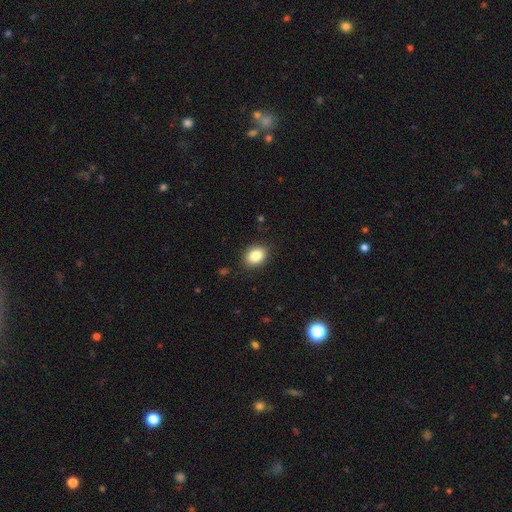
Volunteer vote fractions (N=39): Smooth or featured: smooth — 92% (star or artifact — 5%)
How rounded: in between — 75% (round — 25%)
Merging: none — 92% (minor disturbance — 8%)